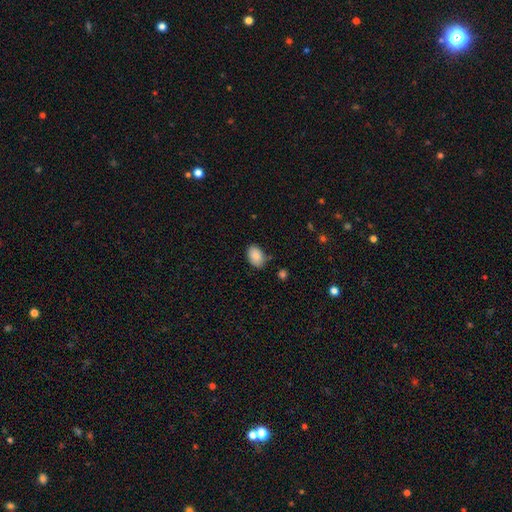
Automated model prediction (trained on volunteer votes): Smooth or featured? Predicted: smooth (p=0.87). How rounded? Predicted: in between (p=0.88). Merging? Predicted: none (p=0.79).